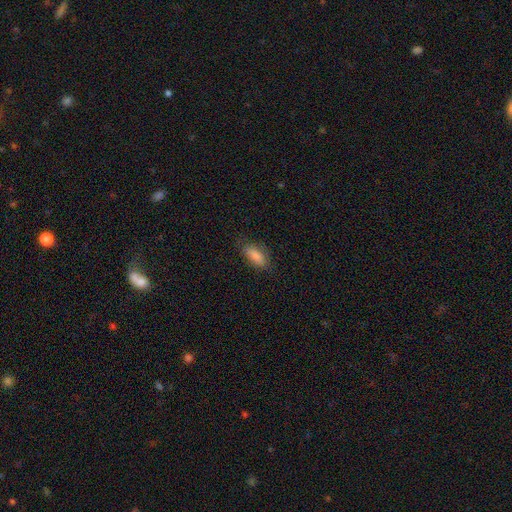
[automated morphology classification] A smooth galaxy with no disk features (86%) that is in between round and cigar-shaped (78%). Merging: none (80%).